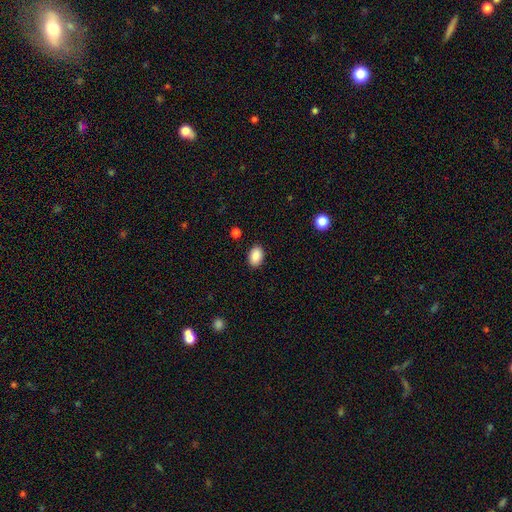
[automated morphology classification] smooth_or_featured: smooth (p=0.89) [alt: star or artifact p=0.08]
how_rounded: in between (p=0.85) [alt: round p=0.14]
merging: none (p=0.89) [alt: minor disturbance p=0.08]